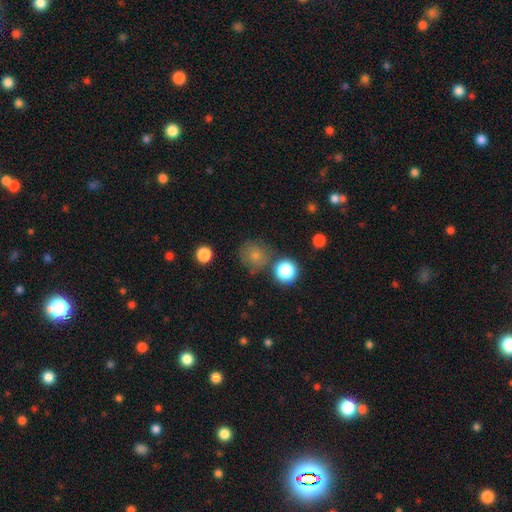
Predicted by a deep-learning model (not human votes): smooth 76%, star or artifact 15%, featured or disk 10%. Down the decision tree: how rounded — round (90%); merging — none (68%).